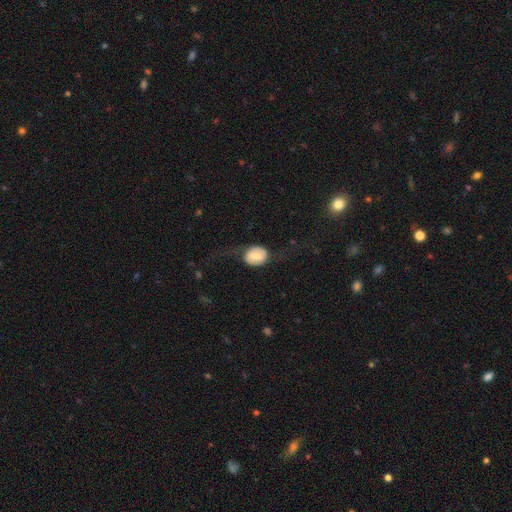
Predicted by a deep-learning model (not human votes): This appears to be a smooth galaxy with no disk features (50%) that is round (50%). Merging: none (47%).